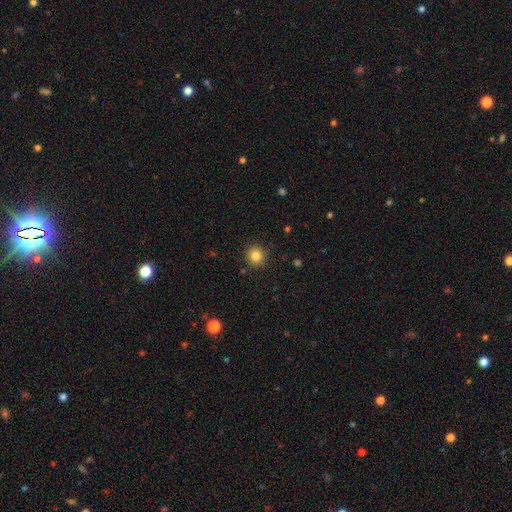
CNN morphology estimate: smooth-or-featured: smooth: 84% | star or artifact: 11% | featured or disk: 5%
  how-rounded: round: 92% | in between: 7% | cigar-shaped: 1%
  merging: none: 90% | minor disturbance: 7% | major disturbance: 2% | merger: 1%